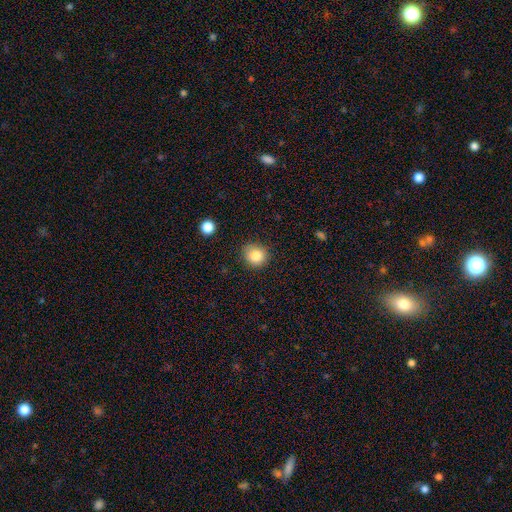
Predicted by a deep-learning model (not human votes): smooth-or-featured: smooth: 84% | star or artifact: 10% | featured or disk: 6%
  how-rounded: round: 86% | in between: 13% | cigar-shaped: 1%
  merging: none: 87% | minor disturbance: 10% | major disturbance: 2% | merger: 1%